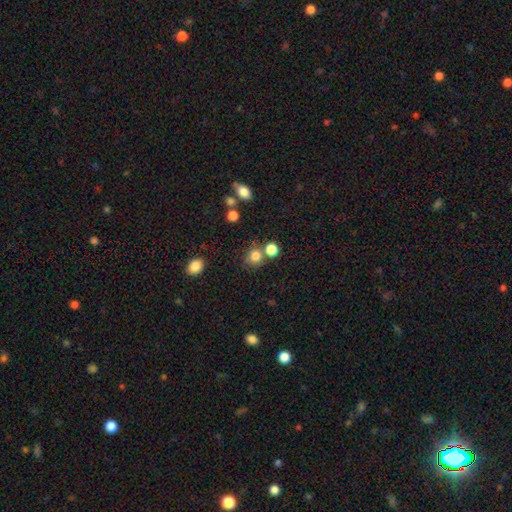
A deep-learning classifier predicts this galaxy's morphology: This is likely a smooth galaxy (79%). How rounded: clearly round (84%). Merging: likely none (67%).